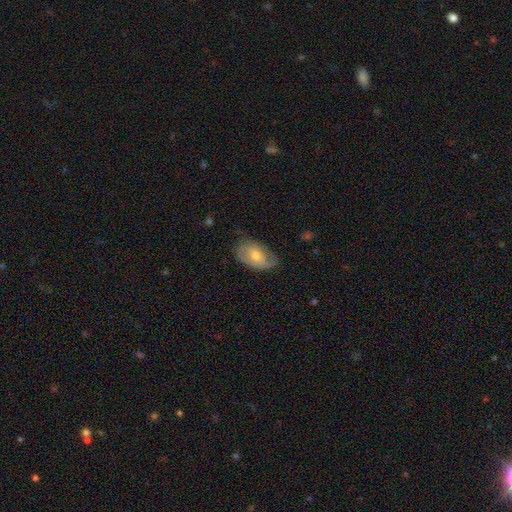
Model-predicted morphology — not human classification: This appears to be a featured or disk galaxy (51%). Merging: none (62%).